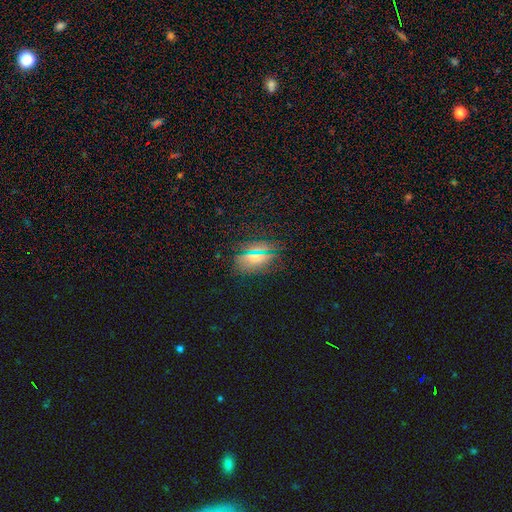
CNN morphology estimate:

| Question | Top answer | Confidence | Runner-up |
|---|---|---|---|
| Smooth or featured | smooth | 53% | star or artifact (33%) |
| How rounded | in between | 66% | round (27%) |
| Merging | none | 84% | minor disturbance (11%) |